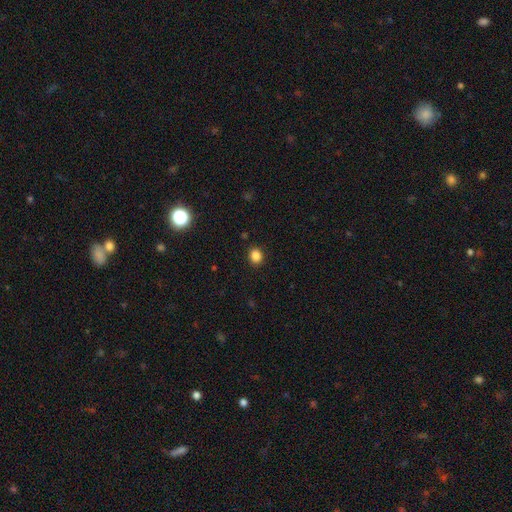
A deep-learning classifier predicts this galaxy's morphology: Smooth or featured?
  - smooth: 85% *
  - star or artifact: 11%
  - featured or disk: 4%
How rounded?
  - round: 66% *
  - in between: 33%
  - cigar-shaped: 1%
Merging?
  - none: 90% *
  - minor disturbance: 7%
  - major disturbance: 2%
  - merger: 1%